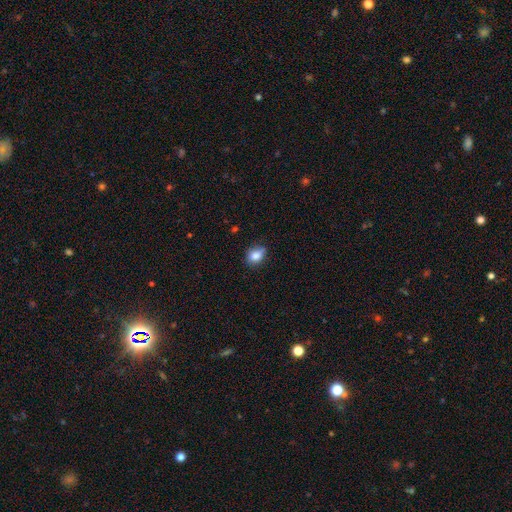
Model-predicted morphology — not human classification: A smooth galaxy with no disk features (80%) that is in between round and cigar-shaped (59%).

Vote fractions:
- Smooth or featured? smooth: 80% / featured or disk: 11% / star or artifact: 9%
- How rounded? in between: 59% / round: 39% / cigar-shaped: 2%
- Merging? none: 68% / minor disturbance: 25% / major disturbance: 4% / merger: 3%